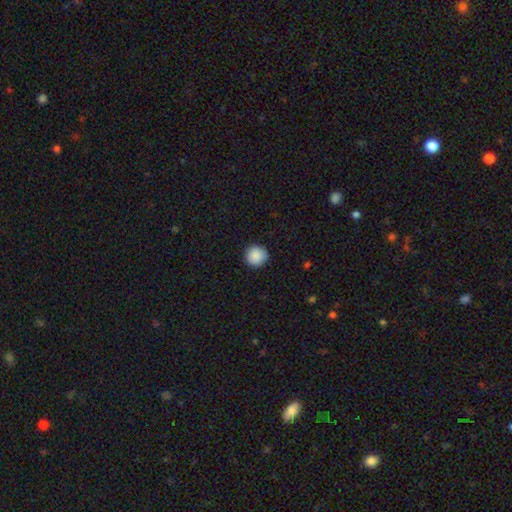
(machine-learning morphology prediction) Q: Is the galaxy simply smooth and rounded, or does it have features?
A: smooth — 89%.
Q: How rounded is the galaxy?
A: round — 95%.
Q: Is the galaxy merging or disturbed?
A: none — 91%.